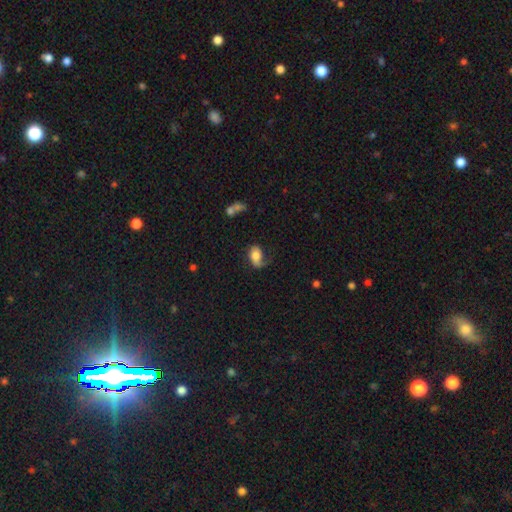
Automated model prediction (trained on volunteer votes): smooth 51%, featured or disk 40%, star or artifact 8%. Down the decision tree: how rounded — in between (83%); merging — none (39%).